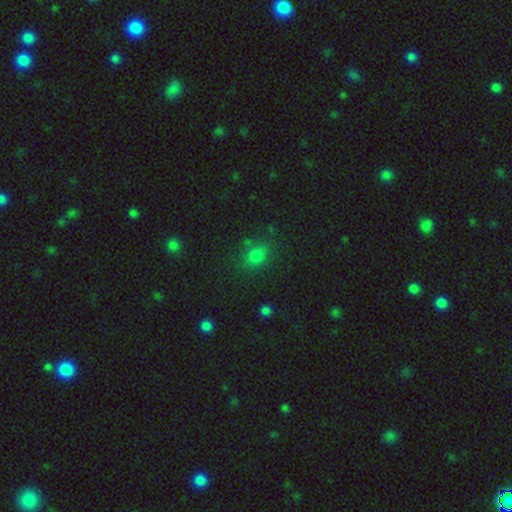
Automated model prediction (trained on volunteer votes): smooth-or-featured: smooth: 75% | star or artifact: 19% | featured or disk: 7%
  how-rounded: round: 55% | in between: 44% | cigar-shaped: 2%
  merging: none: 75% | minor disturbance: 15% | major disturbance: 5% | merger: 4%